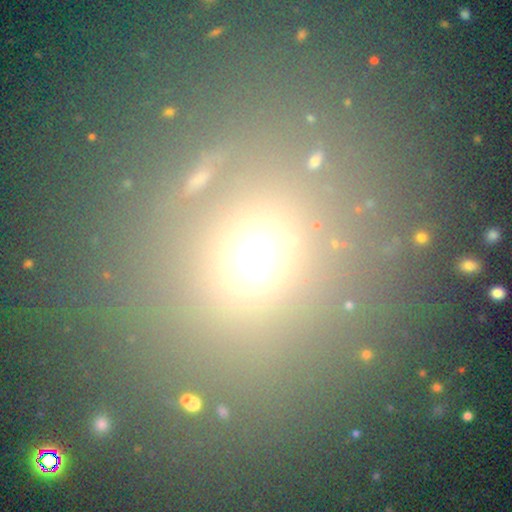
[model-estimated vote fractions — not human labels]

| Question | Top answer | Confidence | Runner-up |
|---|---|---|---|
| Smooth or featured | smooth | 60% | star or artifact (26%) |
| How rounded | round | 64% | in between (33%) |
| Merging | none | 65% | merger (15%) |